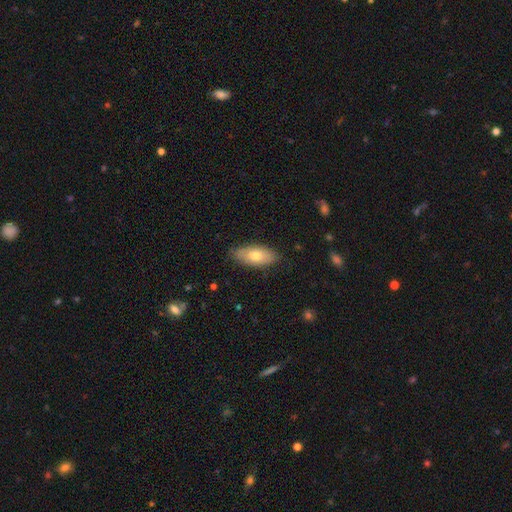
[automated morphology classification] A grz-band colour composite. It shows a smooth galaxy with no disk features (69%) that is in between round and cigar-shaped (88%). Merging: none (82%).